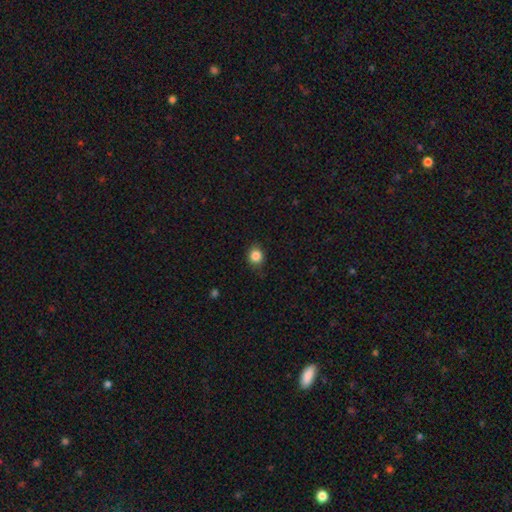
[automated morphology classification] smooth_or_featured: smooth (p=0.85) [alt: star or artifact p=0.11]
how_rounded: round (p=0.75) [alt: in between p=0.24]
merging: none (p=0.79) [alt: minor disturbance p=0.17]